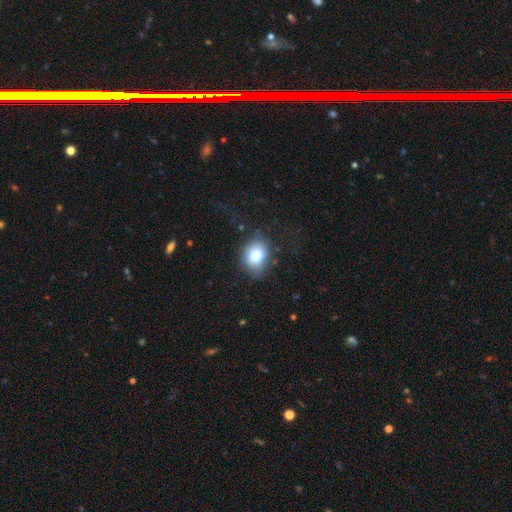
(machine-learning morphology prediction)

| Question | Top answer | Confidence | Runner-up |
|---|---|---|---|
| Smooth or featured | smooth | 79% | featured or disk (12%) |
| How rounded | in between | 51% | round (48%) |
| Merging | none | 66% | minor disturbance (22%) |